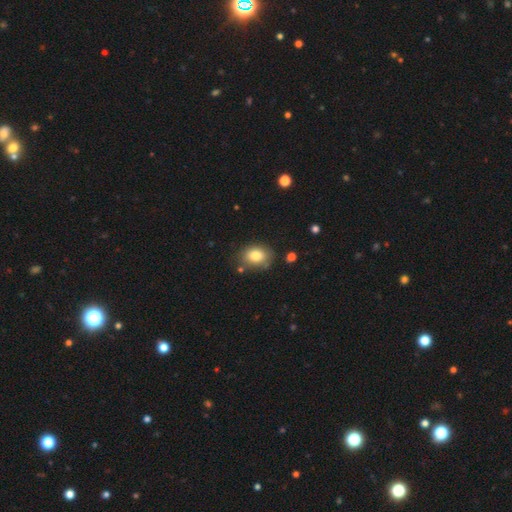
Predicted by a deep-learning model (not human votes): Overall: smooth (82%). How rounded: in between (68%; round 31%). Merging: none (75%).